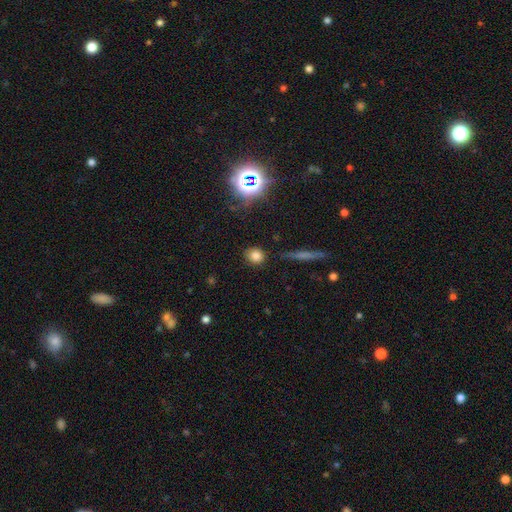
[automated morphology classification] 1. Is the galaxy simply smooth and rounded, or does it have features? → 78% smooth, 15% star or artifact, 7% featured or disk.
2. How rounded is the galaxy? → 75% round, 23% in between, 2% cigar-shaped.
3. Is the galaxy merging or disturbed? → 85% none, 10% minor disturbance, 3% major disturbance, 2% merger.